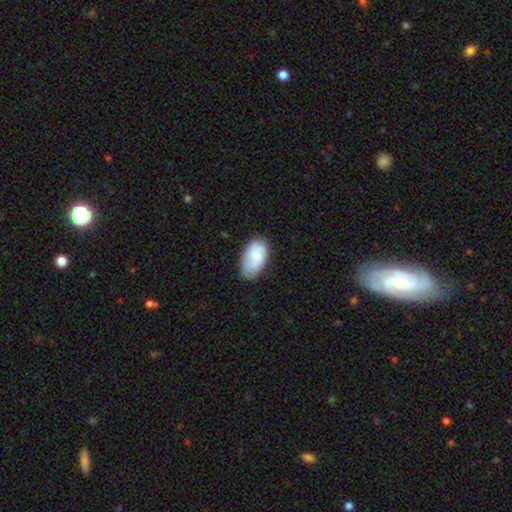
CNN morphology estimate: smooth-or-featured: smooth: 74% | featured or disk: 19% | star or artifact: 6%
  how-rounded: in between: 94% | round: 4% | cigar-shaped: 2%
  merging: none: 60% | minor disturbance: 31% | major disturbance: 7% | merger: 2%